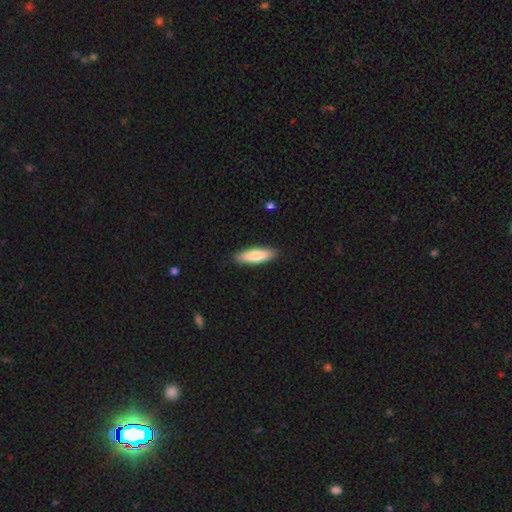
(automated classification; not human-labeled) A smooth galaxy with no disk features (80%) that is cigar-shaped (58%).

Vote fractions:
- Smooth or featured? smooth: 80% / featured or disk: 15% / star or artifact: 5%
- How rounded? cigar-shaped: 58% / in between: 40% / round: 1%
- Merging? none: 89% / minor disturbance: 9% / major disturbance: 2% / merger: 1%